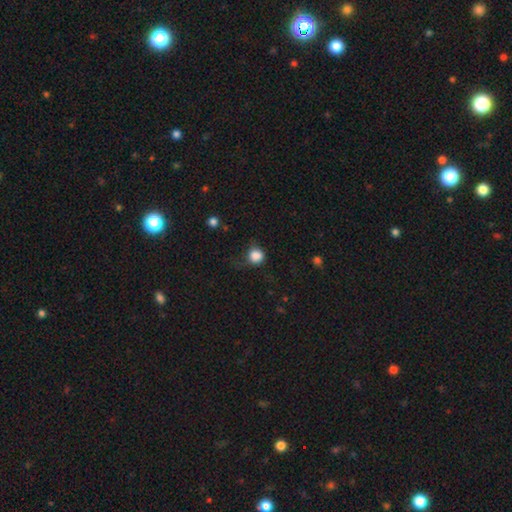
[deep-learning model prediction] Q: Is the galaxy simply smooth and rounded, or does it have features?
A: smooth — 85%.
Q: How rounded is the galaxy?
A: round — 85%.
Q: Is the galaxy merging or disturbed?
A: none — 54%.